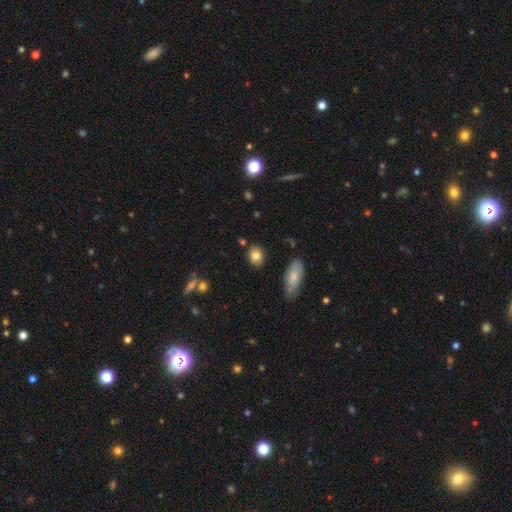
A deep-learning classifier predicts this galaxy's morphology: smooth_or_featured: smooth (p=0.82) [alt: featured or disk p=0.09]
how_rounded: round (p=0.54) [alt: in between p=0.44]
merging: none (p=0.82) [alt: minor disturbance p=0.11]